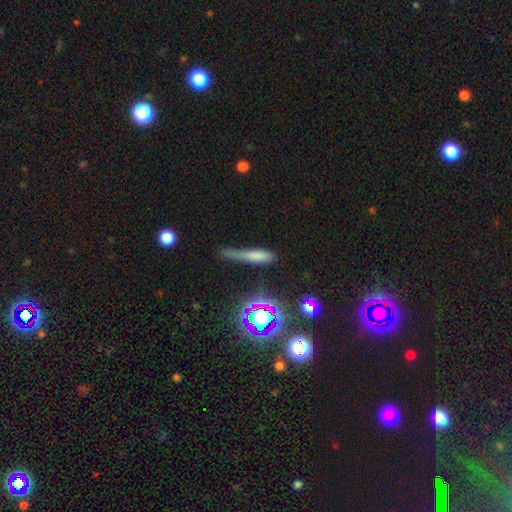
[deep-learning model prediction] Smooth or featured?
  - smooth: 62% *
  - featured or disk: 21%
  - star or artifact: 17%
How rounded?
  - cigar-shaped: 80% *
  - in between: 16%
  - round: 4%
Merging?
  - none: 48% *
  - minor disturbance: 32%
  - major disturbance: 14%
  - merger: 5%